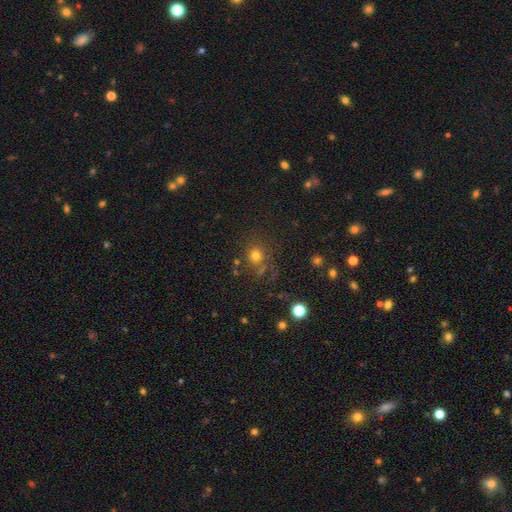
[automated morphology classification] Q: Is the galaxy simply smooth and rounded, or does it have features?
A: smooth — 72%.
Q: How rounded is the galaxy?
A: round — 85%.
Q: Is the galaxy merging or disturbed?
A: none — 72%.